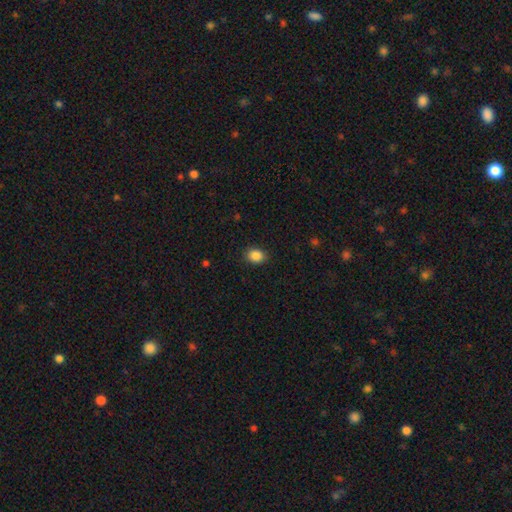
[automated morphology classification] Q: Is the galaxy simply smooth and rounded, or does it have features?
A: smooth — 87%.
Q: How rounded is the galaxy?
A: in between — 58%.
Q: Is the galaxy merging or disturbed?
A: none — 88%.